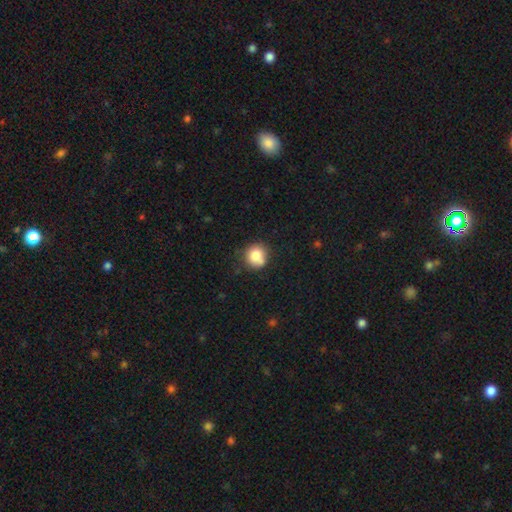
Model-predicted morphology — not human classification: Overall: smooth (80%). How rounded: round (86%). Merging: none (66%).